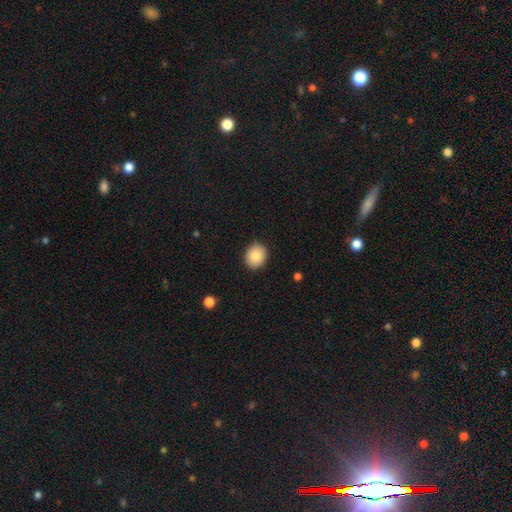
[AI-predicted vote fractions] A smooth galaxy with no disk features (86%) that is round (64%).

Vote fractions:
- Smooth or featured? smooth: 86% / star or artifact: 8% / featured or disk: 6%
- How rounded? round: 64% / in between: 36% / cigar-shaped: 1%
- Merging? none: 89% / minor disturbance: 8% / major disturbance: 2% / merger: 1%